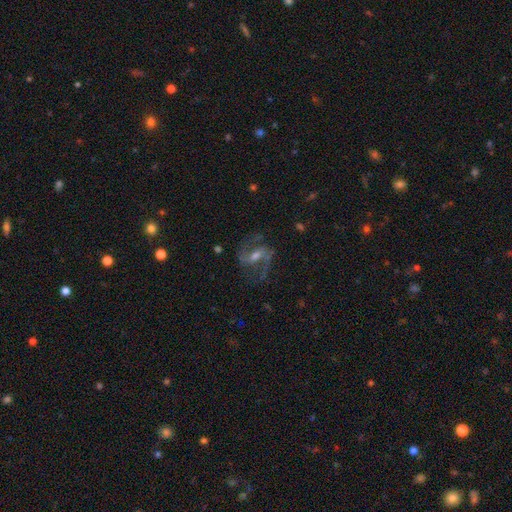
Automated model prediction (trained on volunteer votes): Smooth or featured?
  - featured or disk: 85% *
  - star or artifact: 8%
  - smooth: 7%
Edge-on disk?
  - no: 96% *
  - yes: 4%
Bar?
  - weak: 45% *
  - strong: 37%
  - no: 18%
Spiral arms?
  - yes: 96% *
  - no: 4%
Spiral winding?
  - medium: 55% *
  - loose: 33%
  - tight: 12%
Spiral arm count?
  - 2: 91% *
  - can't tell: 3%
  - 3: 2%
  - 1: 2%
  - 4: 1%
  - more than 4: 1%
Bulge size?
  - moderate: 53% *
  - small: 38%
  - large: 5%
  - none: 4%
  - dominant: 1%
Merging?
  - none: 74% *
  - minor disturbance: 14%
  - major disturbance: 11%
  - merger: 2%